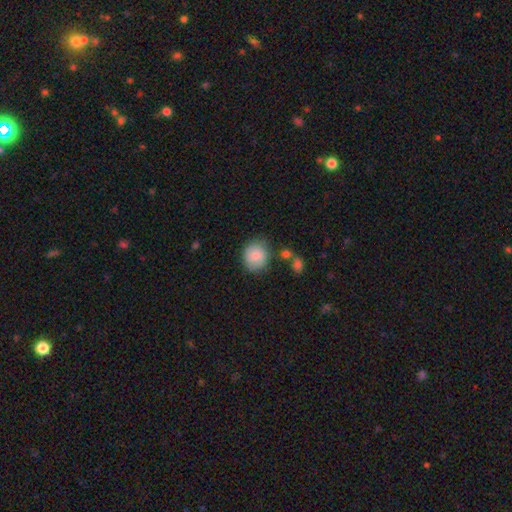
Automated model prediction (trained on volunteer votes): This appears to be a smooth galaxy with no disk features (86%) that is round (79%). Merging: none (74%).